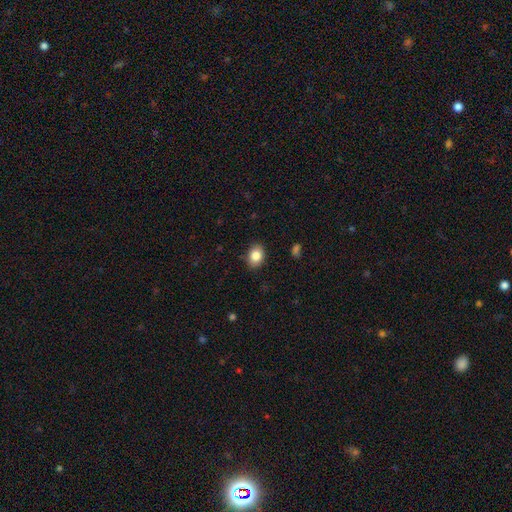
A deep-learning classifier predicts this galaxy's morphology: Q: Smooth or featured?
A: smooth (85%); runner-up: star or artifact (8%)
Q: How rounded?
A: in between (72%); runner-up: round (27%)
Q: Merging?
A: none (86%); runner-up: minor disturbance (10%)